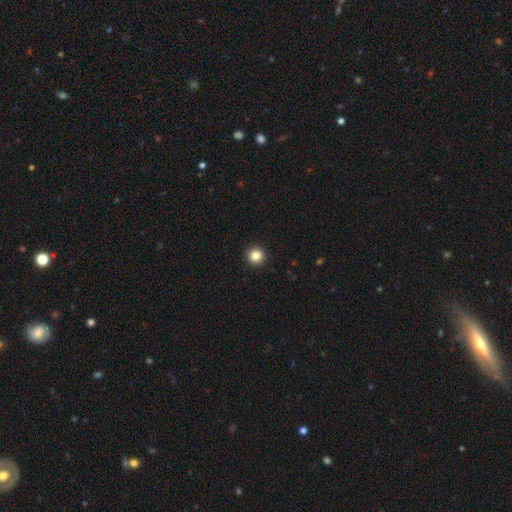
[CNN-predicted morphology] Q: Smooth or featured?
A: smooth (84%); runner-up: star or artifact (11%)
Q: How rounded?
A: round (96%); runner-up: in between (3%)
Q: Merging?
A: none (93%); runner-up: minor disturbance (4%)